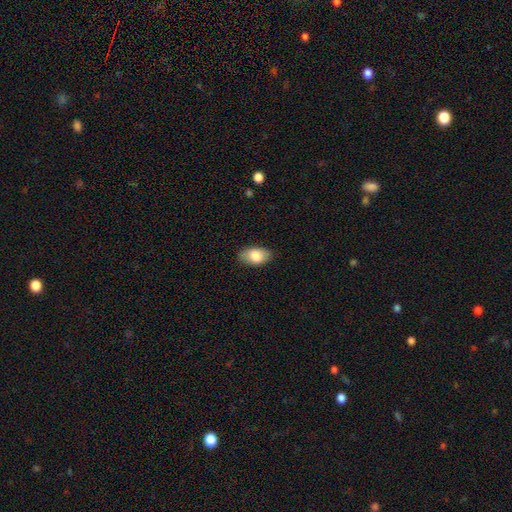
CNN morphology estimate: This appears to be a smooth galaxy with no disk features (80%) that is in between round and cigar-shaped (93%). Merging: none (85%).